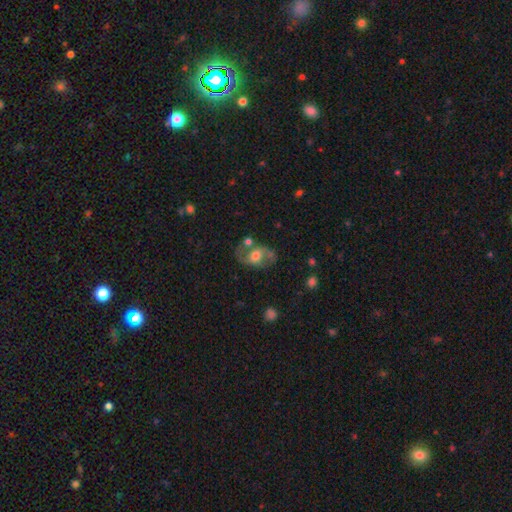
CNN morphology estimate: Smooth or featured? Predicted: featured or disk (p=0.58). Edge-on disk? Predicted: no (p=0.95). Bar? Predicted: no (p=0.54). Spiral arms? Predicted: yes (p=0.72). Bulge size? Predicted: moderate (p=0.62). Merging? Predicted: none (p=0.57).